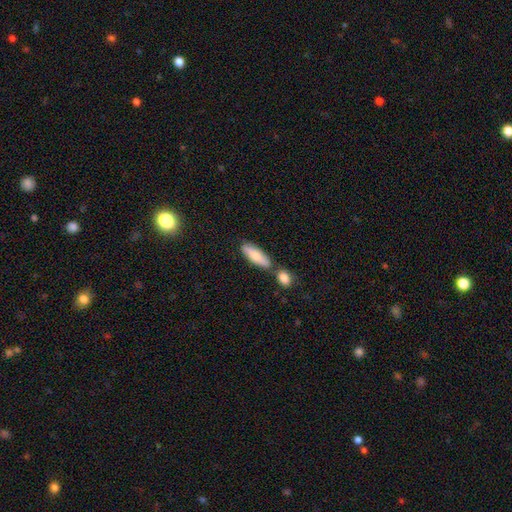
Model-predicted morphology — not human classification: This is likely a smooth galaxy (76%). How rounded: possibly in between (57%). Merging: likely none (66%).